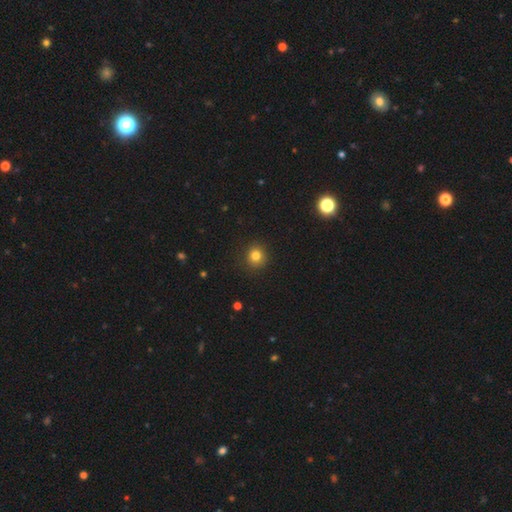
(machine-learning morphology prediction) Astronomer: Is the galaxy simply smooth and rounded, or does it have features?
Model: smooth — 81%.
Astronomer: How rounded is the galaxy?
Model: round — 88%.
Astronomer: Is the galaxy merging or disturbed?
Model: none — 91%.